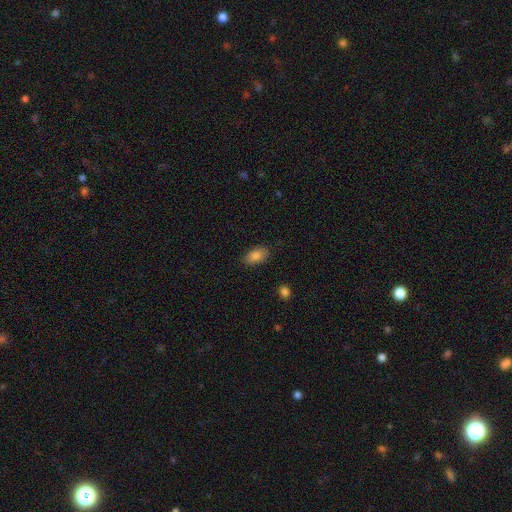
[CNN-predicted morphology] A smooth galaxy with no disk features (84%) that is in between round and cigar-shaped (92%). Merging: none (85%).